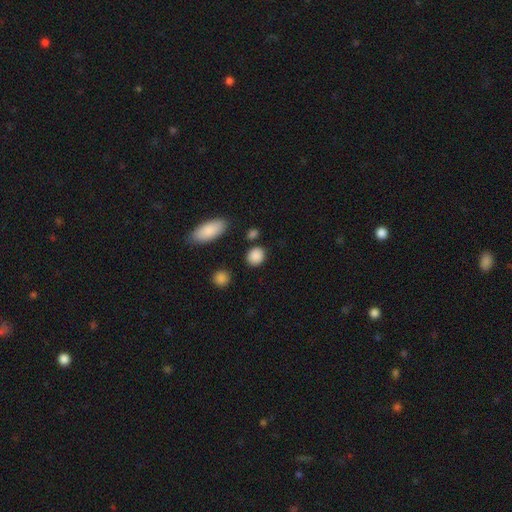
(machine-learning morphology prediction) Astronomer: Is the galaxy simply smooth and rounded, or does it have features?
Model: smooth — 88%.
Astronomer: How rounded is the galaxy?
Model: round — 66%.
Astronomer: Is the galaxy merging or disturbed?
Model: none — 83%.